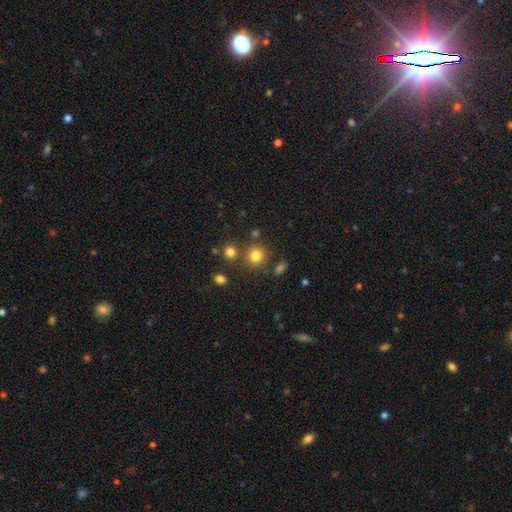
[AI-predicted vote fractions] The model was most divided on "smooth or featured": smooth: 79%, star or artifact: 14%, featured or disk: 7%. More confident: how rounded — round (88%); merging — none (78%).